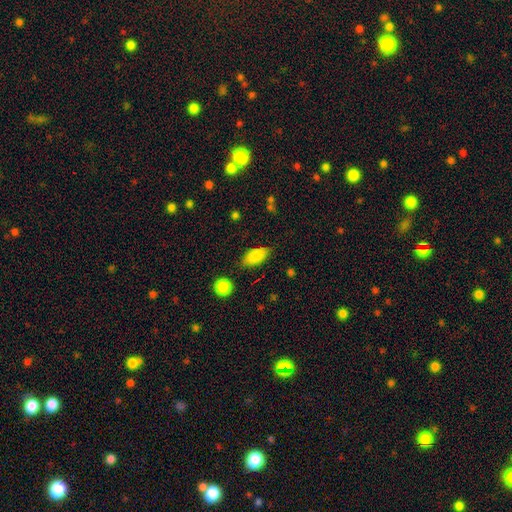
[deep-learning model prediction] A smooth galaxy with no disk features (86%) that is in between round and cigar-shaped (89%).

Vote fractions:
- Smooth or featured? smooth: 86% / star or artifact: 7% / featured or disk: 7%
- How rounded? in between: 89% / cigar-shaped: 8% / round: 3%
- Merging? none: 79% / minor disturbance: 15% / major disturbance: 4% / merger: 2%